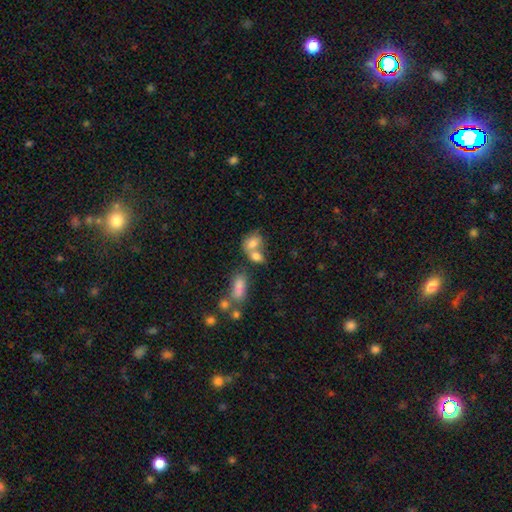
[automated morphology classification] Q: Smooth or featured?
A: smooth (75%); runner-up: featured or disk (14%)
Q: How rounded?
A: in between (73%); runner-up: round (23%)
Q: Merging?
A: merger (53%); runner-up: none (29%)